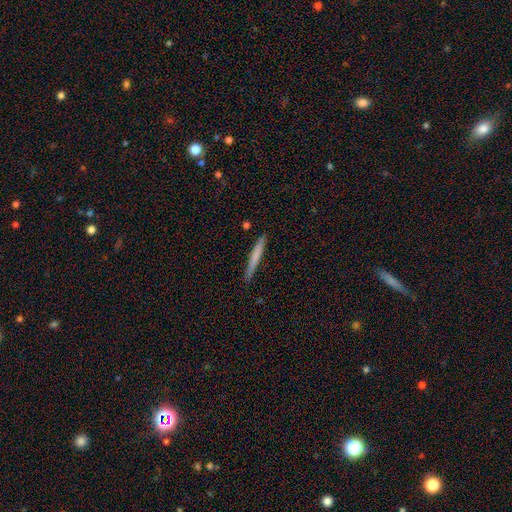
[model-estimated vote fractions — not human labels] Overall: smooth (65%; featured or disk 29%). How rounded: cigar-shaped (97%). Merging: none (88%).